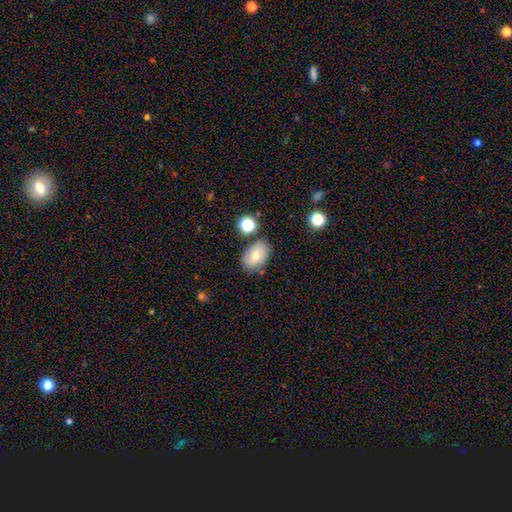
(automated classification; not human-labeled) smooth_or_featured: smooth (p=0.68) [alt: featured or disk p=0.22]
how_rounded: in between (p=0.79) [alt: round p=0.20]
merging: none (p=0.74) [alt: minor disturbance p=0.16]